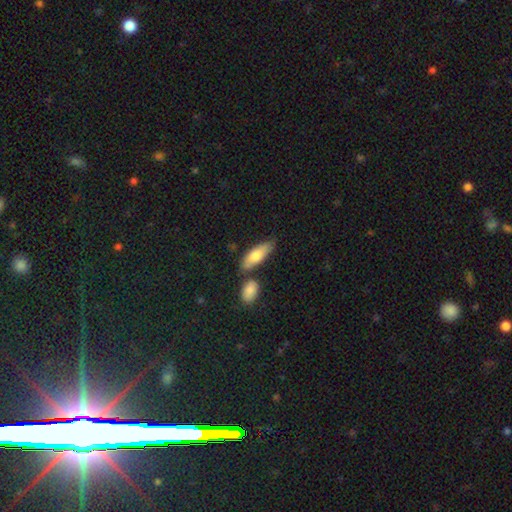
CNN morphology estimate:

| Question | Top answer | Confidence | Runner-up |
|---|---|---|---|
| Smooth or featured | smooth | 75% | featured or disk (19%) |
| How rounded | in between | 65% | cigar-shaped (33%) |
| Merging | none | 64% | minor disturbance (17%) |